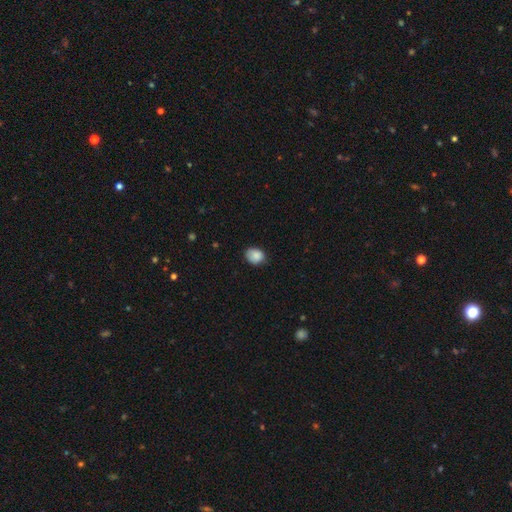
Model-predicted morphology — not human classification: smooth 87%, star or artifact 8%, featured or disk 5%. Down the decision tree: how rounded — round (51%); merging — none (71%).